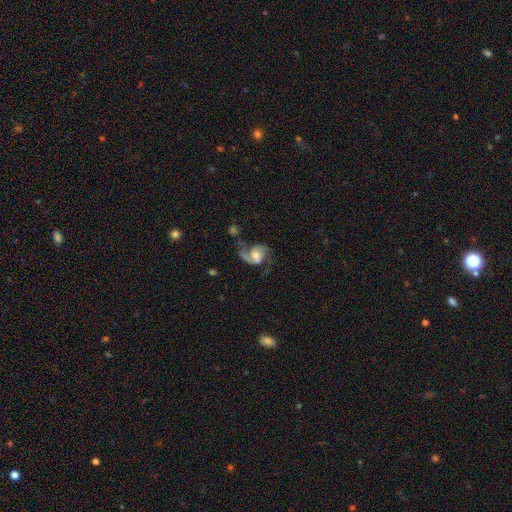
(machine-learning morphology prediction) Smooth or featured?
  - featured or disk: 78% *
  - smooth: 15%
  - star or artifact: 7%
Edge-on disk?
  - no: 98% *
  - yes: 2%
Bar?
  - no: 53% *
  - weak: 37%
  - strong: 10%
Spiral arms?
  - yes: 93% *
  - no: 7%
Spiral winding?
  - loose: 46% *
  - medium: 43%
  - tight: 11%
Spiral arm count?
  - 2: 79% *
  - 1: 14%
  - can't tell: 3%
  - 3: 1%
  - 4: 1%
  - more than 4: 1%
Bulge size?
  - moderate: 46% *
  - small: 26%
  - large: 16%
  - none: 9%
  - dominant: 3%
Merging?
  - none: 43% *
  - major disturbance: 27%
  - minor disturbance: 19%
  - merger: 11%